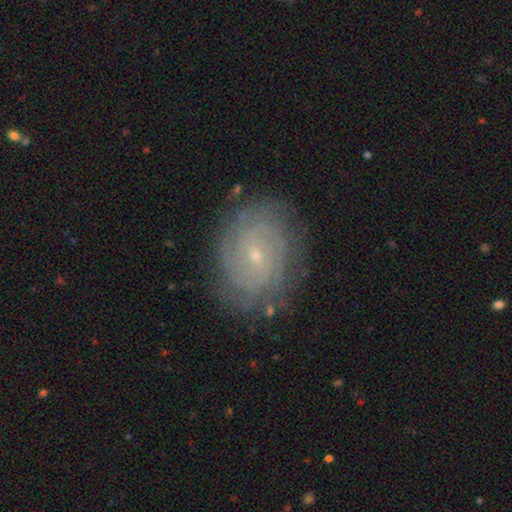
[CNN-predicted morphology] Overall: featured or disk (80%). Edge-on disk: no (97%). Bar: no (65%; weak 29%). Spiral arms: yes (94%). Spiral arm count: can't tell (38%; 2 22%). Spiral winding: tight (76%). Bulge size: small (82%). Merging: none (83%).